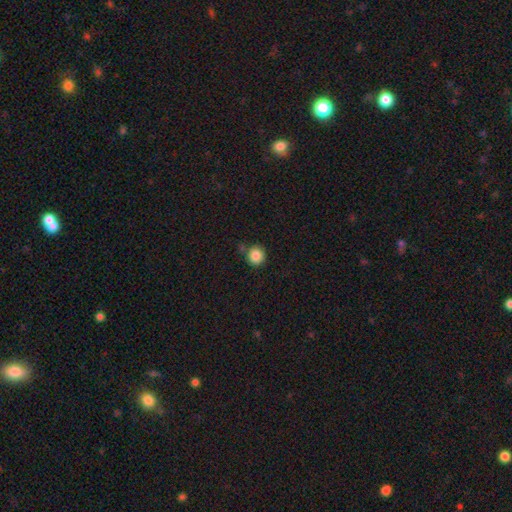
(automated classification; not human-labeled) A smooth galaxy with no disk features (86%) that is round (93%).

Vote fractions:
- Smooth or featured? smooth: 86% / star or artifact: 10% / featured or disk: 4%
- How rounded? round: 93% / in between: 6% / cigar-shaped: 1%
- Merging? none: 77% / minor disturbance: 11% / merger: 9% / major disturbance: 3%